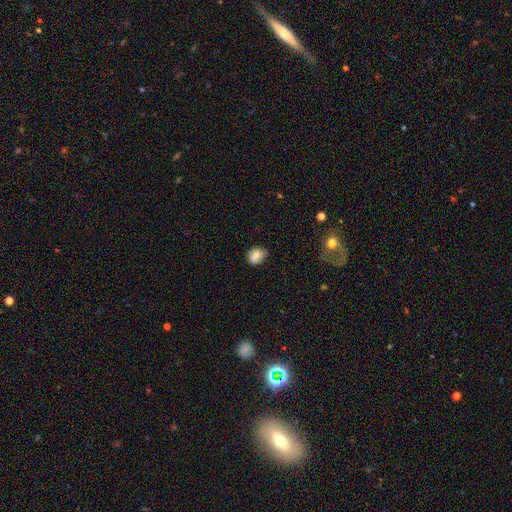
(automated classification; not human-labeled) Q: Smooth or featured?
A: smooth (80%); runner-up: featured or disk (11%)
Q: How rounded?
A: round (60%); runner-up: in between (39%)
Q: Merging?
A: none (63%); runner-up: minor disturbance (29%)